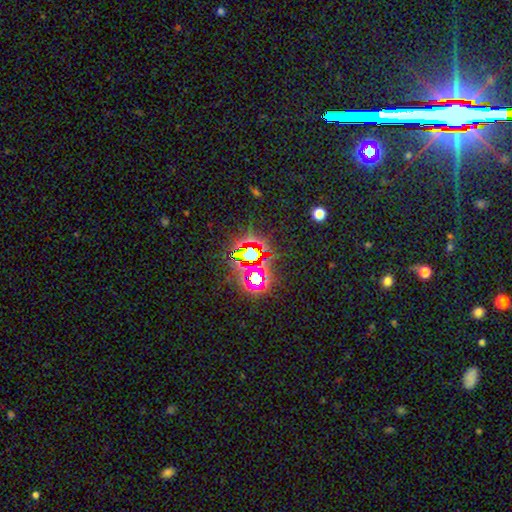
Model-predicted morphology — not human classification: smooth-or-featured: star or artifact: 79% | smooth: 12% | featured or disk: 9%